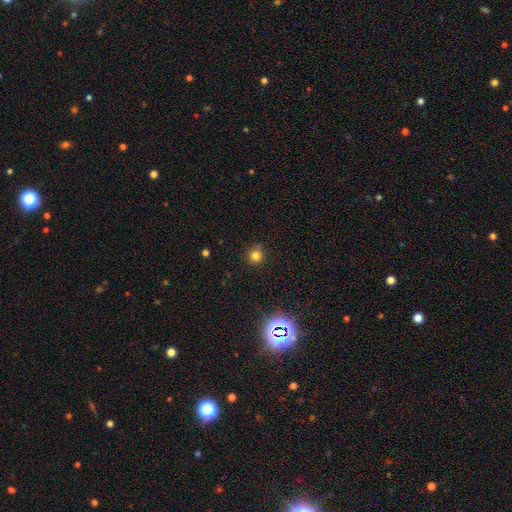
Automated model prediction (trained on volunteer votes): Smooth or featured?
  - smooth: 76% *
  - star or artifact: 18%
  - featured or disk: 5%
How rounded?
  - round: 93% *
  - in between: 6%
  - cigar-shaped: 1%
Merging?
  - none: 82% *
  - minor disturbance: 12%
  - merger: 3%
  - major disturbance: 3%